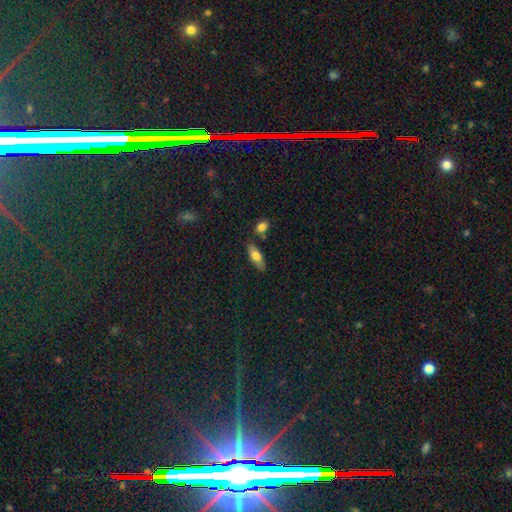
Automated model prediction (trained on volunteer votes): This appears to be a smooth galaxy with no disk features (69%) that is in between round and cigar-shaped (68%). Merging: none (79%).